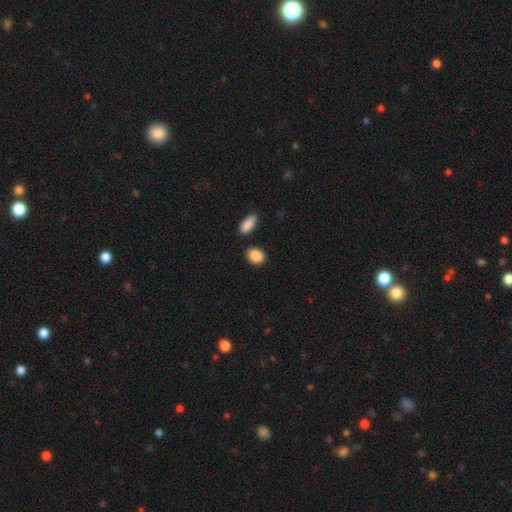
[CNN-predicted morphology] Smooth or featured? Predicted: smooth (p=0.90). How rounded? Predicted: in between (p=0.68). Merging? Predicted: none (p=0.83).